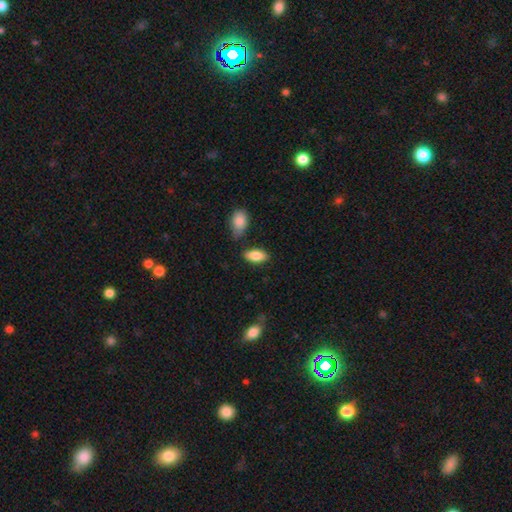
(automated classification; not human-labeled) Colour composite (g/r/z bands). It shows a smooth galaxy with no disk features (85%) that is in between round and cigar-shaped (88%). Merging: none (76%).